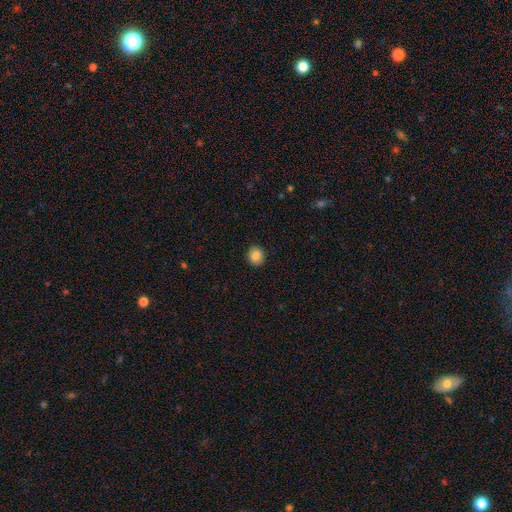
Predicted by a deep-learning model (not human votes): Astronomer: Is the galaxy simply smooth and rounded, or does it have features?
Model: smooth — 84%.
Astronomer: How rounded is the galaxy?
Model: round — 83%.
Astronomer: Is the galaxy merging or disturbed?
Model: none — 92%.